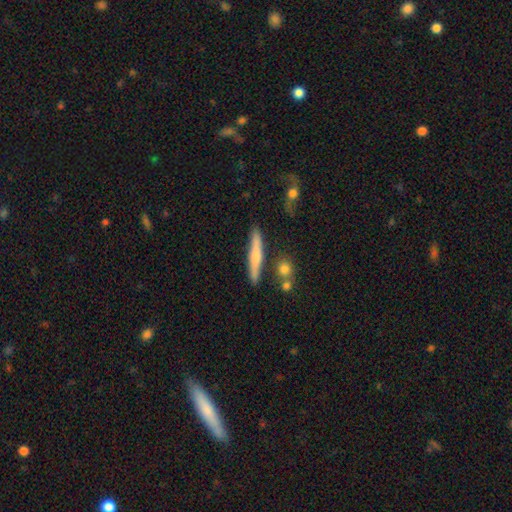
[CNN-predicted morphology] Q: Smooth or featured?
A: smooth (55%); runner-up: featured or disk (39%)
Q: How rounded?
A: cigar-shaped (92%); runner-up: in between (6%)
Q: Merging?
A: none (82%); runner-up: minor disturbance (10%)